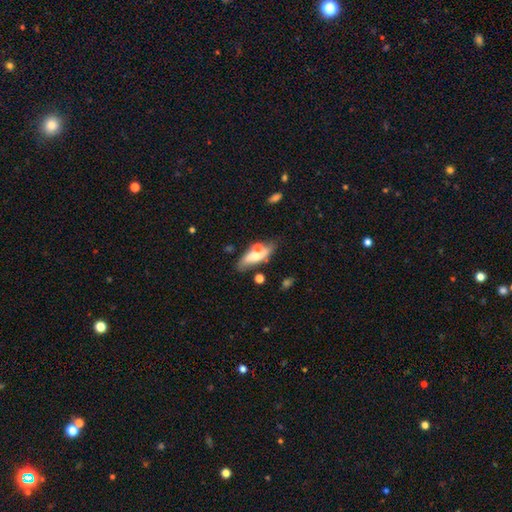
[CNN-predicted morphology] Smooth or featured? Predicted: smooth (p=0.54). How rounded? Predicted: in between (p=0.63). Merging? Predicted: none (p=0.53).